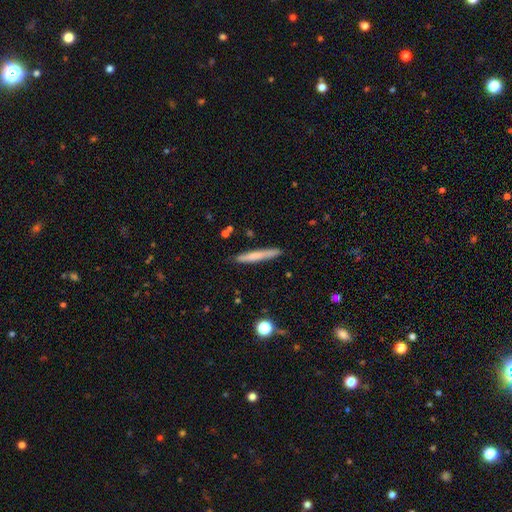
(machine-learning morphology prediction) A smooth galaxy with no disk features (66%) that is cigar-shaped (95%). Merging: none (87%).